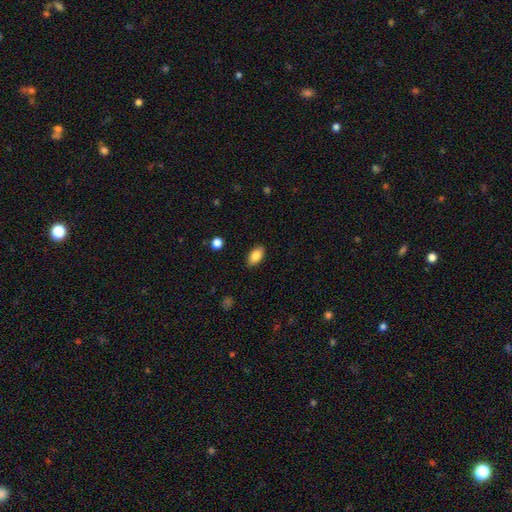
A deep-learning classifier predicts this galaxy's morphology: This is clearly a smooth galaxy (84%). How rounded: clearly in between (92%). Merging: clearly none (88%).